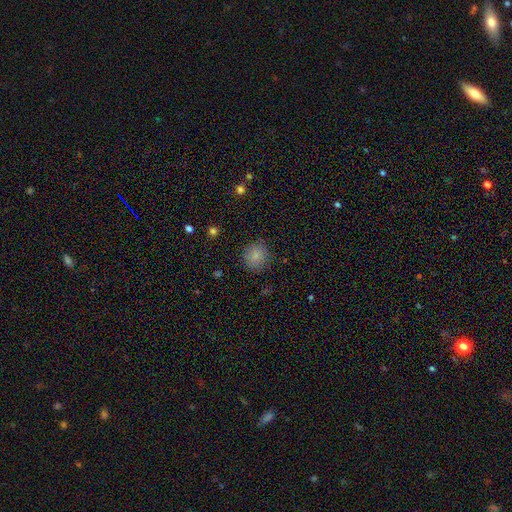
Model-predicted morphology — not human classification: The model was most divided on "smooth or featured": smooth: 84%, star or artifact: 10%, featured or disk: 6%. More confident: how rounded — round (87%); merging — none (85%).